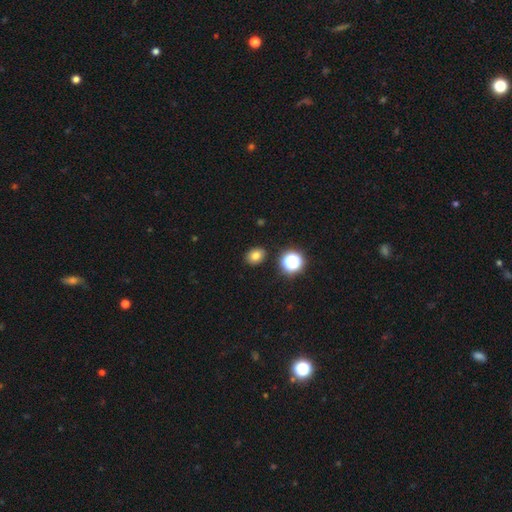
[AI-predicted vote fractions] Smooth or featured?
  - smooth: 78% *
  - star or artifact: 15%
  - featured or disk: 8%
How rounded?
  - in between: 54% *
  - round: 45%
  - cigar-shaped: 1%
Merging?
  - none: 87% *
  - minor disturbance: 8%
  - merger: 2%
  - major disturbance: 2%